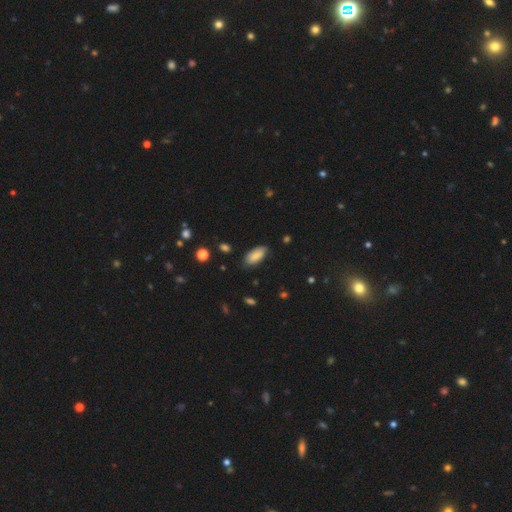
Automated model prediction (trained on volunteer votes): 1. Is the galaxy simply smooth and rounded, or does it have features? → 82% smooth, 11% featured or disk, 7% star or artifact.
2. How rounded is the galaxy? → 88% in between, 10% cigar-shaped, 2% round.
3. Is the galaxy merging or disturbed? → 76% none, 19% minor disturbance, 4% major disturbance, 1% merger.